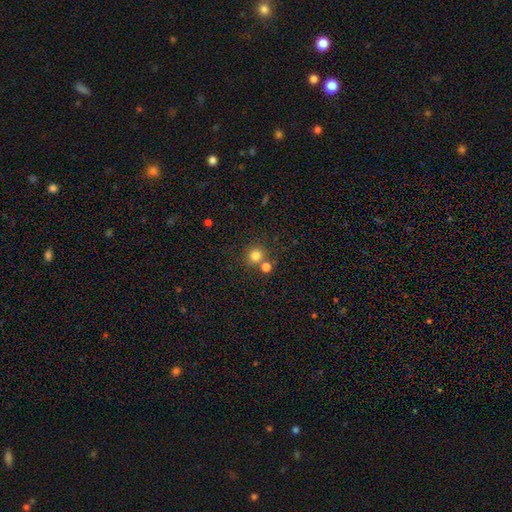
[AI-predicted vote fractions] Smooth or featured? smooth (79%)
How rounded? round (89%)
Merging? none (67%)